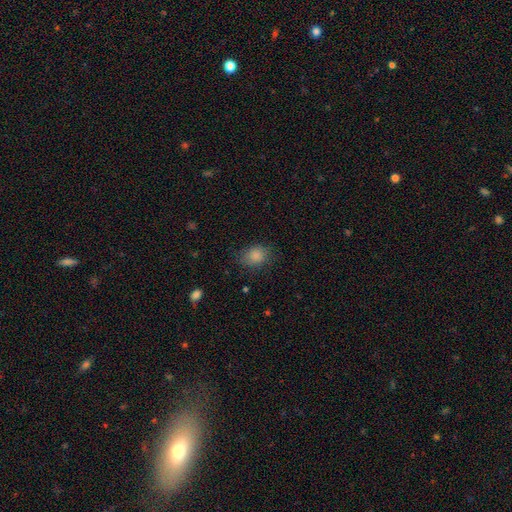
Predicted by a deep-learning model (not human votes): This appears to be a smooth galaxy with no disk features (86%) that is in between round and cigar-shaped (52%). Merging: none (75%).